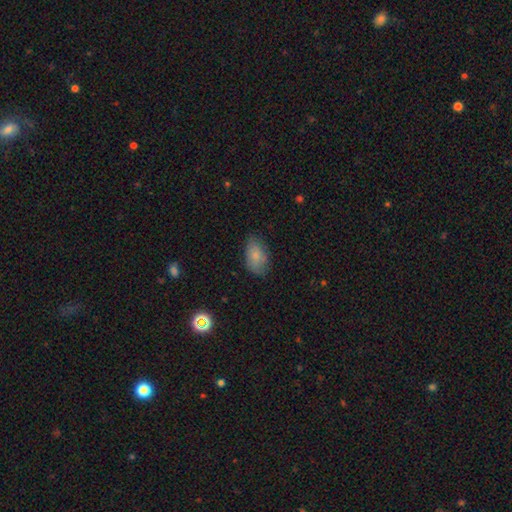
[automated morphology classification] Smooth or featured: smooth — 81% (featured or disk — 12%)
How rounded: in between — 91% (round — 8%)
Merging: none — 73% (minor disturbance — 21%)